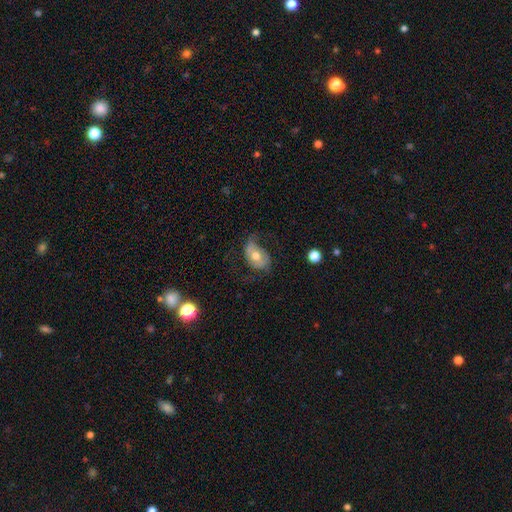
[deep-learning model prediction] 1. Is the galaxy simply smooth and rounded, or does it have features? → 48% smooth, 45% featured or disk, 7% star or artifact.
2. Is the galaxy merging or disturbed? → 40% none, 30% minor disturbance, 27% major disturbance, 2% merger.